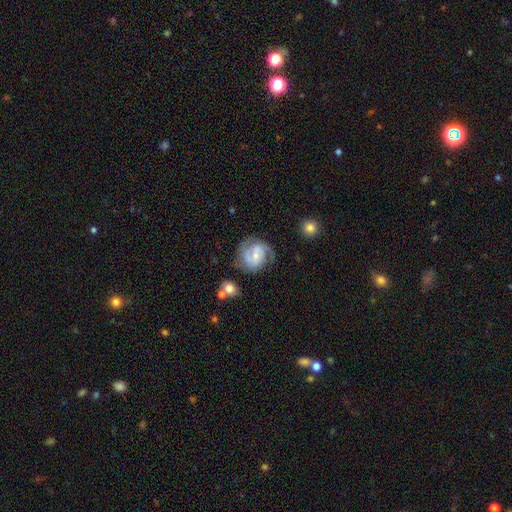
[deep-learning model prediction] Overall: featured or disk (78%). Edge-on disk: no (98%). Bar: no (45%; weak 43%). Spiral arms: yes (93%). Spiral arm count: 2 (62%). Spiral winding: medium (44%; tight 42%). Bulge size: small (56%; moderate 37%). Merging: none (62%).